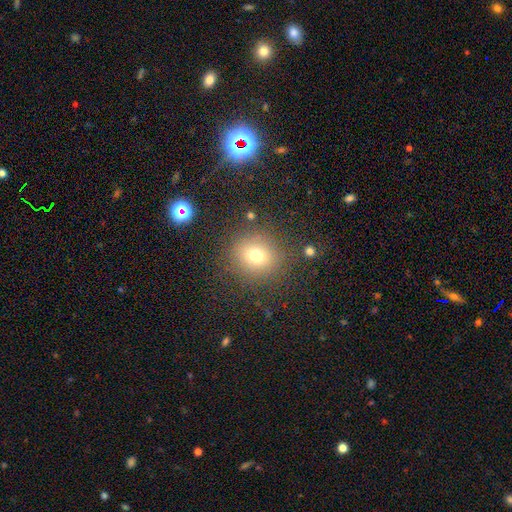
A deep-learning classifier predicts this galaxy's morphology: smooth 72%, star or artifact 17%, featured or disk 11%. Down the decision tree: how rounded — round (84%); merging — none (84%).